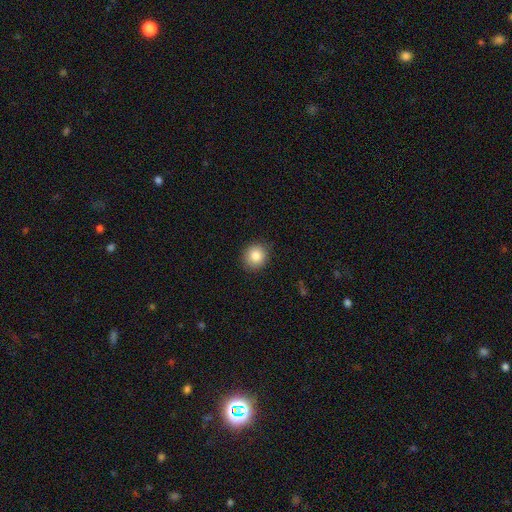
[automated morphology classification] A smooth galaxy with no disk features (85%) that is round (83%).

Vote fractions:
- Smooth or featured? smooth: 85% / star or artifact: 9% / featured or disk: 6%
- How rounded? round: 83% / in between: 16% / cigar-shaped: 1%
- Merging? none: 88% / minor disturbance: 9% / major disturbance: 2% / merger: 1%